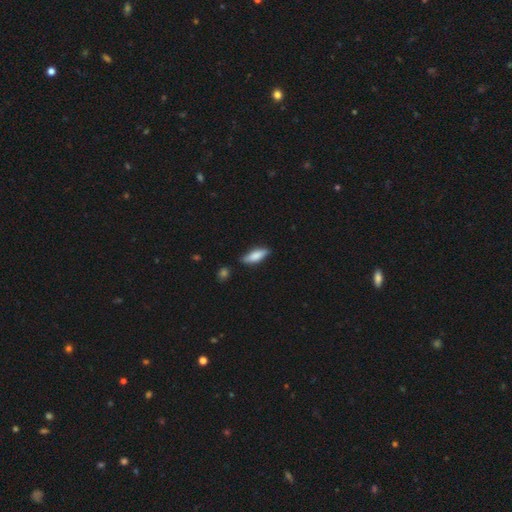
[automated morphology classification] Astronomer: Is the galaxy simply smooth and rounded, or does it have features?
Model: smooth — 73%.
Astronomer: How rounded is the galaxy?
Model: in between — 54% (runner-up: cigar-shaped, 44%).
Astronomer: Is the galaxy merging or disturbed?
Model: none — 80%.